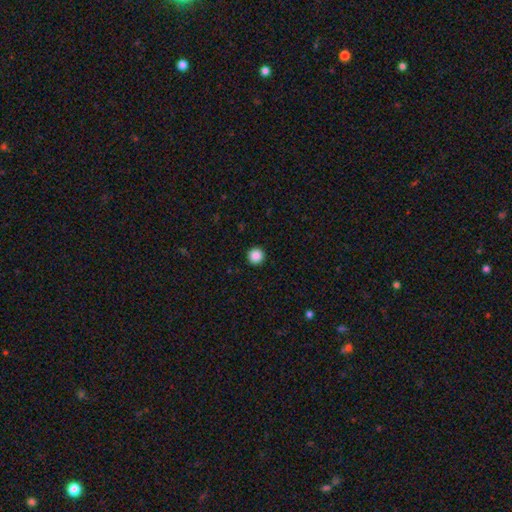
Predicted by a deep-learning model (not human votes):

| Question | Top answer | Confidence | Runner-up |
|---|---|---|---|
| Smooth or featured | smooth | 87% | star or artifact (10%) |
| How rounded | round | 96% | in between (3%) |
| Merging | none | 93% | minor disturbance (4%) |